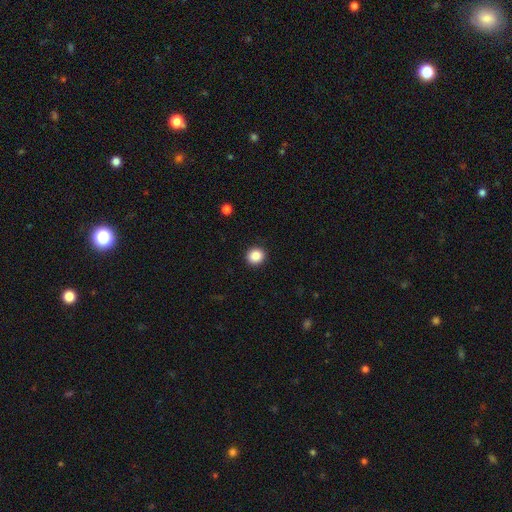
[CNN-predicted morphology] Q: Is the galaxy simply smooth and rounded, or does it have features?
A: smooth — 87%.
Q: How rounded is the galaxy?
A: round — 90%.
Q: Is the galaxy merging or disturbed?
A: none — 92%.